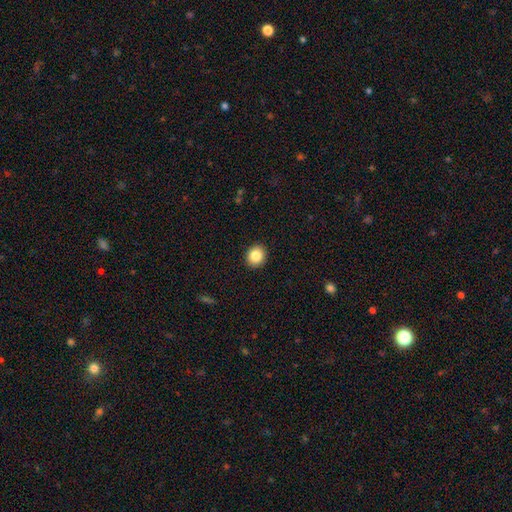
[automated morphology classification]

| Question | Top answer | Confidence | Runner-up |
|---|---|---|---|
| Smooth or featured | smooth | 85% | star or artifact (9%) |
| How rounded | round | 75% | in between (24%) |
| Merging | none | 92% | minor disturbance (6%) |